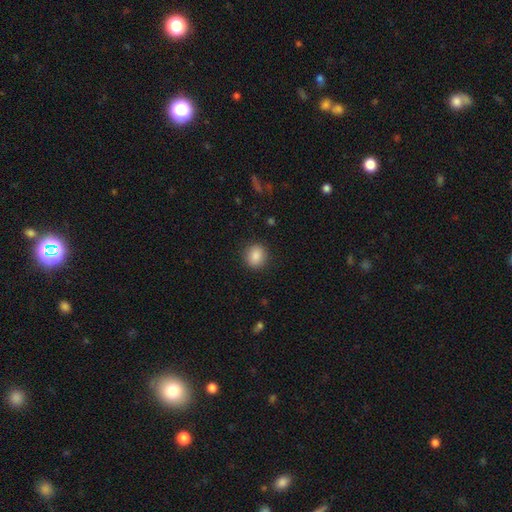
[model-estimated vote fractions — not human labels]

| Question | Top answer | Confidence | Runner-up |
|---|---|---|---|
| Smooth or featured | smooth | 87% | star or artifact (9%) |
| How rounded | round | 80% | in between (19%) |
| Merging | none | 89% | minor disturbance (7%) |